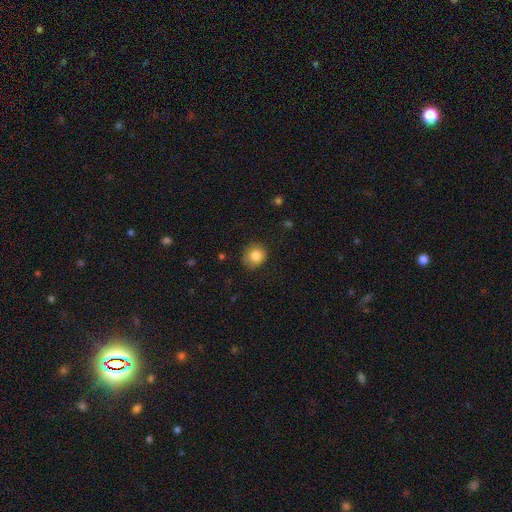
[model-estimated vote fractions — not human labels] Smooth or featured?
  - smooth: 83% *
  - star or artifact: 10%
  - featured or disk: 7%
How rounded?
  - round: 84% *
  - in between: 15%
  - cigar-shaped: 1%
Merging?
  - none: 82% *
  - minor disturbance: 14%
  - major disturbance: 3%
  - merger: 1%